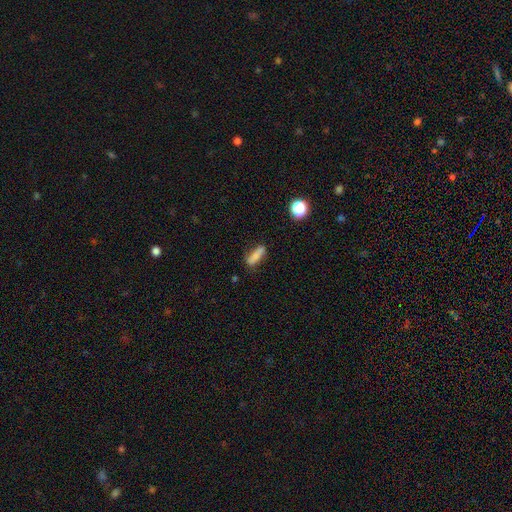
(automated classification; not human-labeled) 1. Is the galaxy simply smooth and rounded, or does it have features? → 77% smooth, 13% featured or disk, 9% star or artifact.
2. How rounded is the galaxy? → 55% cigar-shaped, 41% in between, 4% round.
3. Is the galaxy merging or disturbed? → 74% none, 18% minor disturbance, 5% major disturbance, 4% merger.